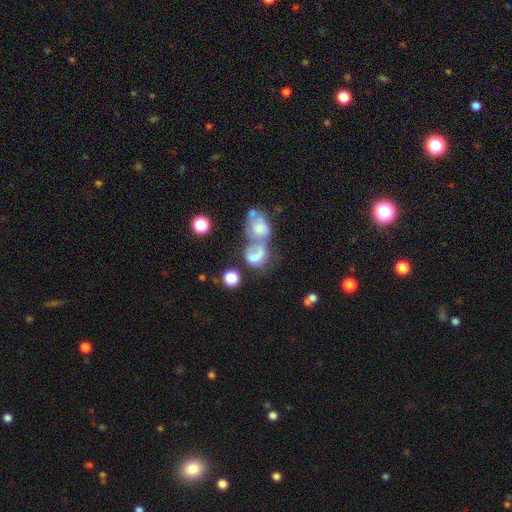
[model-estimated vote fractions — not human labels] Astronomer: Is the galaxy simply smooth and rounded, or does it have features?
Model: smooth — 52% (runner-up: featured or disk, 32%).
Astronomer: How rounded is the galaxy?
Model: in between — 59% (runner-up: round, 38%).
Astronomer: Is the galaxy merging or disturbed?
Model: merger — 67%.